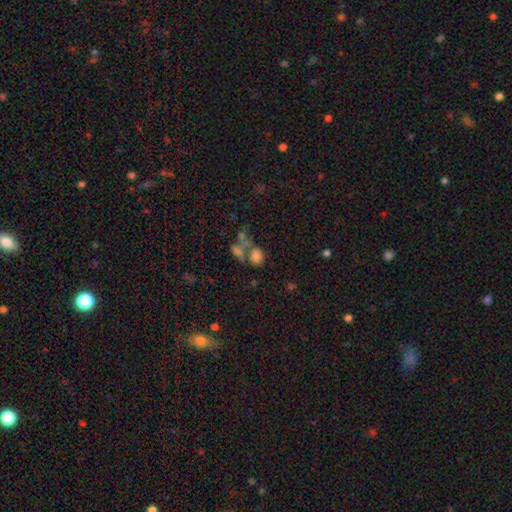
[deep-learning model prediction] A smooth galaxy with no disk features (72%) that is in between round and cigar-shaped (65%).

Vote fractions:
- Smooth or featured? smooth: 72% / star or artifact: 16% / featured or disk: 12%
- How rounded? in between: 65% / round: 33% / cigar-shaped: 2%
- Merging? merger: 43% / none: 36% / minor disturbance: 12% / major disturbance: 9%